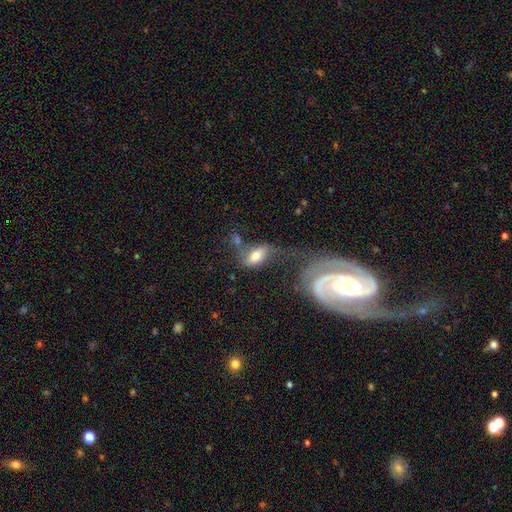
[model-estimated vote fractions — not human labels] This is possibly a smooth galaxy (60%). How rounded: clearly in between (88%). Merging: marginally merger (29%).